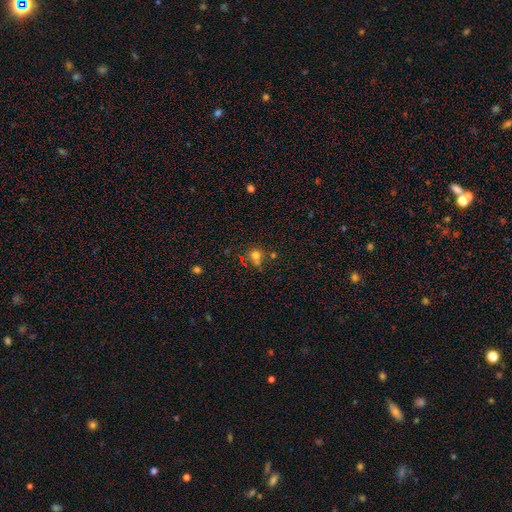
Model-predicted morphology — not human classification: The model was most divided on "merging": none: 57%, merger: 20%, minor disturbance: 16%, major disturbance: 7%. More confident: how rounded — round (81%); smooth or featured — smooth (73%).